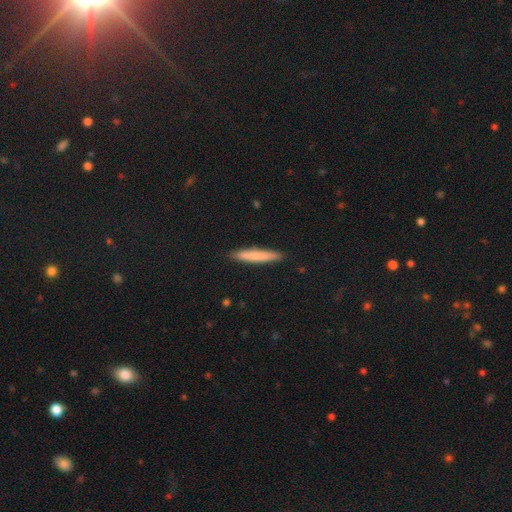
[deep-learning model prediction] A smooth galaxy with no disk features (77%) that is cigar-shaped (94%).

Vote fractions:
- Smooth or featured? smooth: 77% / featured or disk: 17% / star or artifact: 6%
- How rounded? cigar-shaped: 94% / in between: 5% / round: 1%
- Merging? none: 90% / minor disturbance: 7% / major disturbance: 1% / merger: 1%